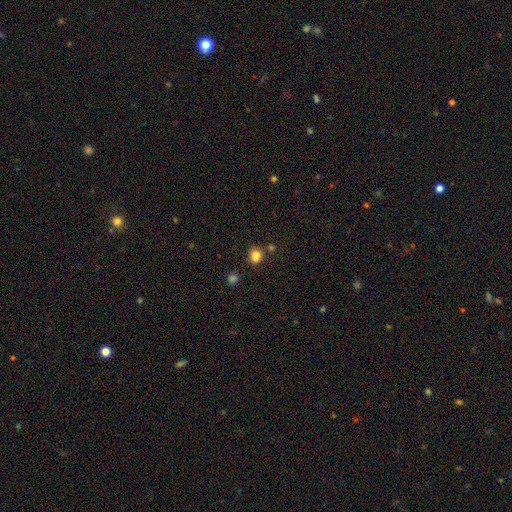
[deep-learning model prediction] Smooth or featured?
  - smooth: 80% *
  - star or artifact: 14%
  - featured or disk: 6%
How rounded?
  - round: 62% *
  - in between: 37%
  - cigar-shaped: 1%
Merging?
  - none: 66% *
  - merger: 15%
  - minor disturbance: 14%
  - major disturbance: 5%